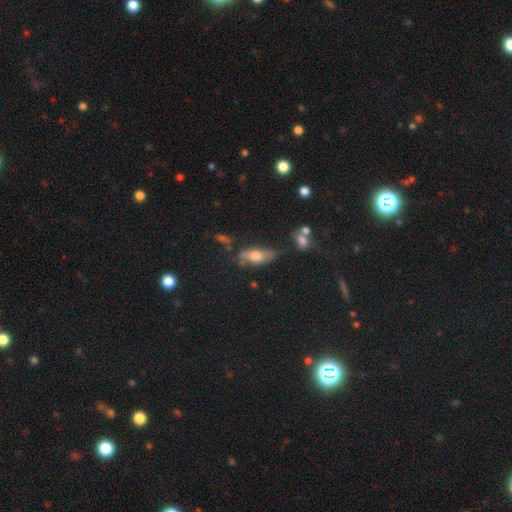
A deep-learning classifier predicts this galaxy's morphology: Overall: smooth (52%; featured or disk 35%). How rounded: in between (76%). Merging: none (52%; minor disturbance 26%).